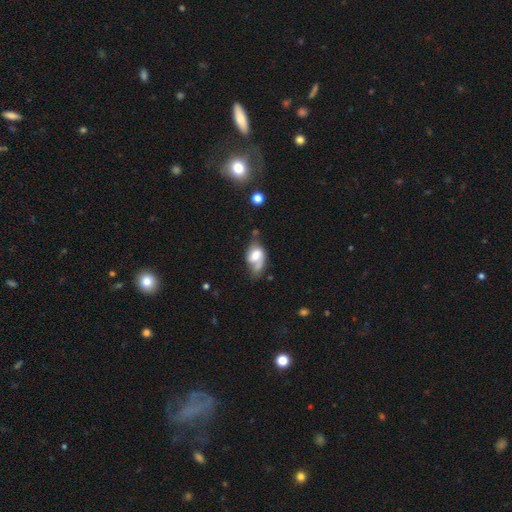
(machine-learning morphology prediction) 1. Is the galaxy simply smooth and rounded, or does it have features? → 51% featured or disk, 40% smooth, 9% star or artifact.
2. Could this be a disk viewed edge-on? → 94% no, 6% yes.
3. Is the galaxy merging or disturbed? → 34% none, 30% minor disturbance, 21% major disturbance, 16% merger.